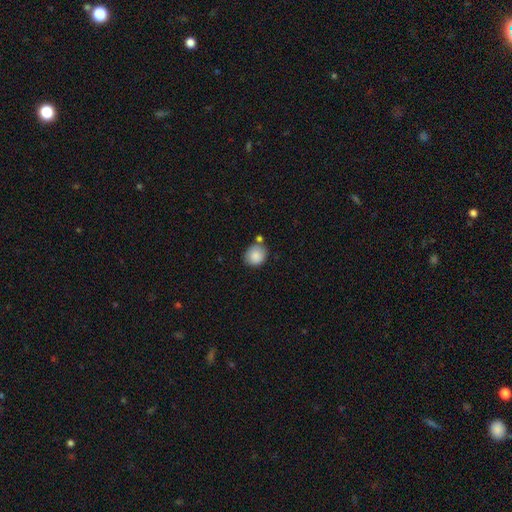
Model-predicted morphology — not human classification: The model was most divided on "merging": none: 69%, minor disturbance: 14%, merger: 14%, major disturbance: 4%. More confident: smooth or featured — smooth (87%); how rounded — round (79%).